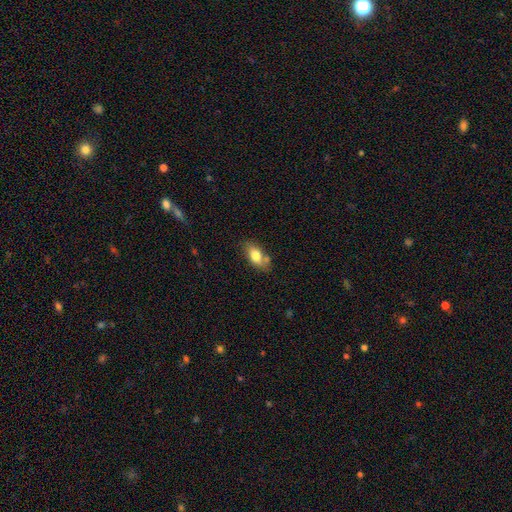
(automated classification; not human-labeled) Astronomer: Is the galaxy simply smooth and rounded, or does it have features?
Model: smooth — 73%.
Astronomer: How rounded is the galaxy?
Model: in between — 87%.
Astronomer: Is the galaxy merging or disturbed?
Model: none — 62%.